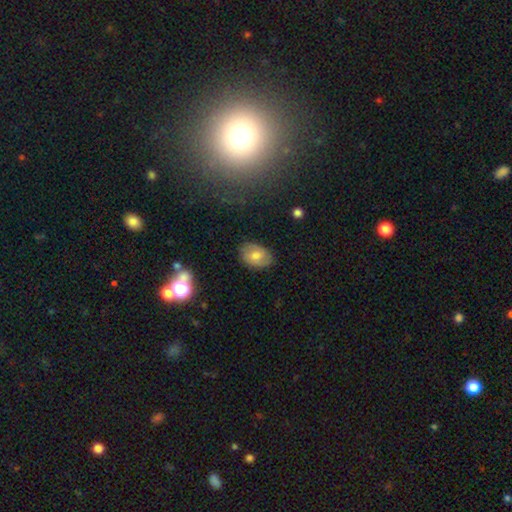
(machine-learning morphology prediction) Smooth or featured?
  - smooth: 67% *
  - featured or disk: 24%
  - star or artifact: 9%
How rounded?
  - in between: 80% *
  - round: 18%
  - cigar-shaped: 1%
Merging?
  - none: 82% *
  - minor disturbance: 14%
  - major disturbance: 3%
  - merger: 1%